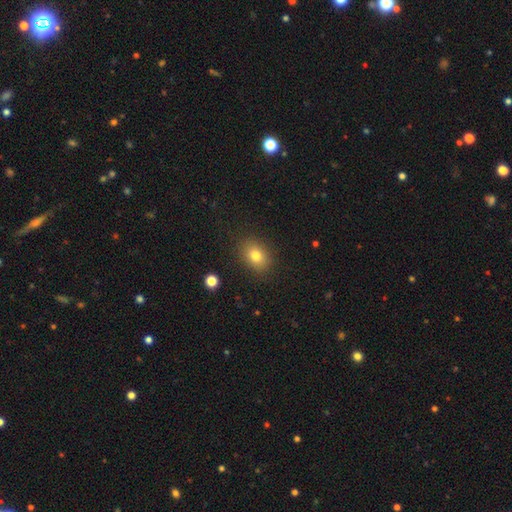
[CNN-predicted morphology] The model was most divided on "how rounded": in between: 67%, round: 32%, cigar-shaped: 1%. More confident: merging — none (86%); smooth or featured — smooth (79%).